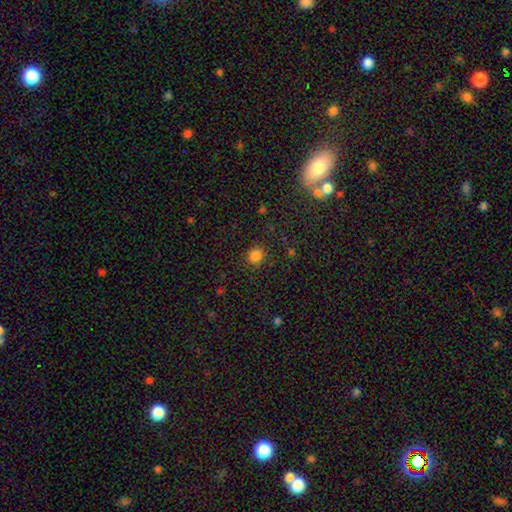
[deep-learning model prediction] Q: Smooth or featured?
A: smooth (84%); runner-up: star or artifact (13%)
Q: How rounded?
A: round (88%); runner-up: in between (11%)
Q: Merging?
A: none (88%); runner-up: minor disturbance (7%)